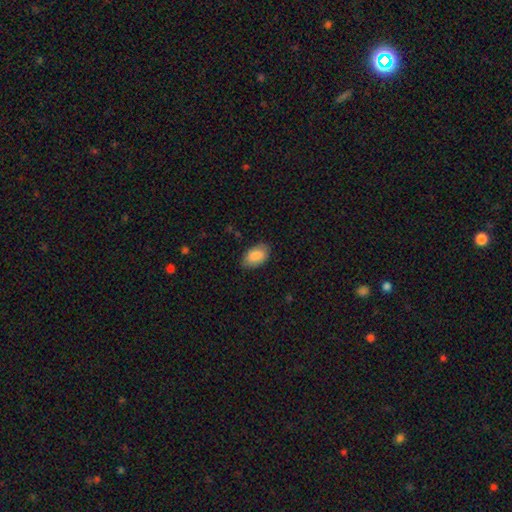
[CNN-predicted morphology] This is clearly a smooth galaxy (87%). How rounded: clearly in between (93%). Merging: likely none (79%).